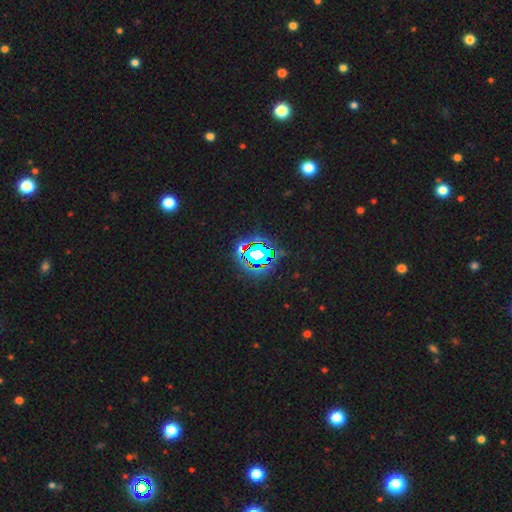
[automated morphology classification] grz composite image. It shows a star or artifact, not a galaxy (69%).